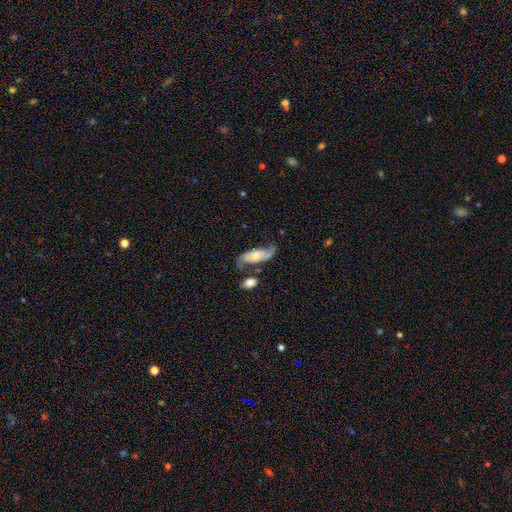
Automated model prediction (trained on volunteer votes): featured or disk 70%, smooth 24%, star or artifact 6%. Down the decision tree: edge-on disk — no (91%); bar — no (65%); spiral arms — yes (92%); spiral arm count — 2 (87%); spiral winding — loose (56%); bulge size — moderate (40%); merging — none (54%).